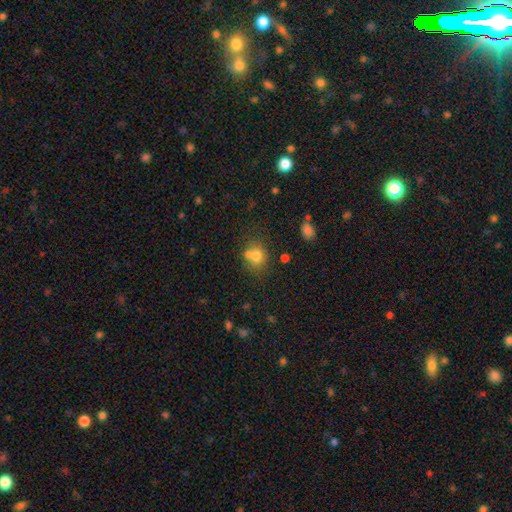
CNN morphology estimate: type=smooth (74%); roundness=round (69%); merging=none (51%).